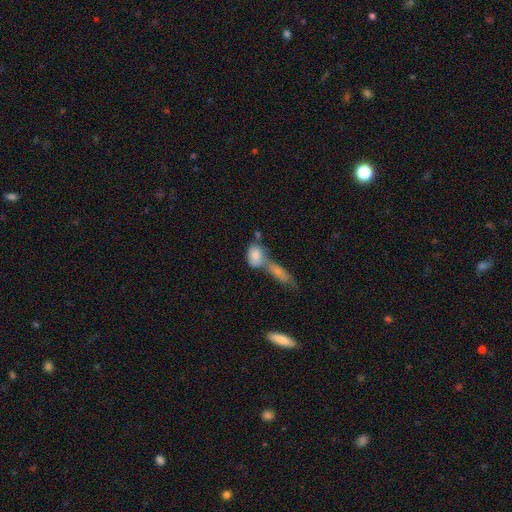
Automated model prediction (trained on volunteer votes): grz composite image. It shows a smooth galaxy with no disk features (78%) that is in between round and cigar-shaped (75%). Merging: merger (62%).